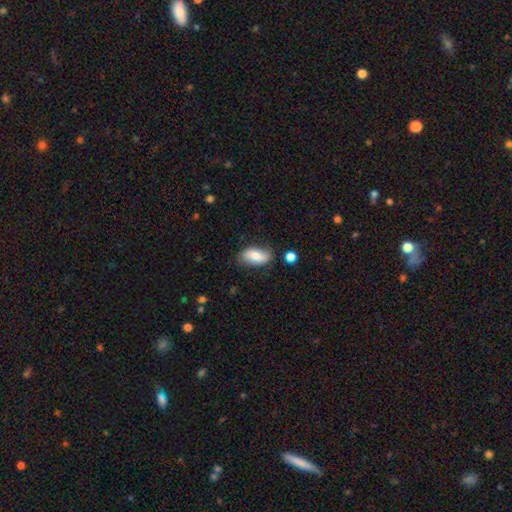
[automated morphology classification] Smooth or featured? Predicted: smooth (p=0.74). How rounded? Predicted: in between (p=0.92). Merging? Predicted: none (p=0.78).